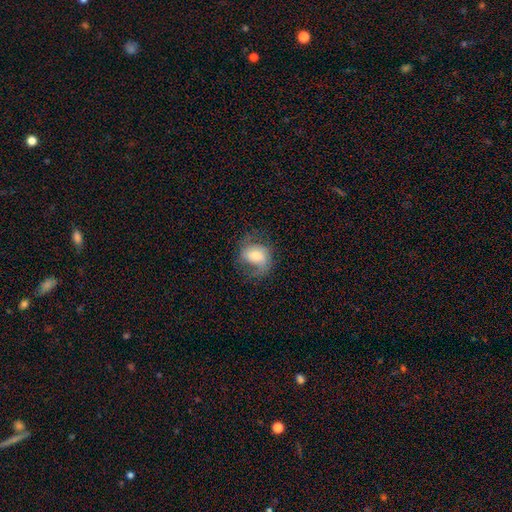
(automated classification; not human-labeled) This is possibly a featured or disk galaxy (54%). It is clearly not viewed edge-on (96%). Bar: marginally weak (43%). Spiral arm pattern: clearly yes (86%). Central bulge: possibly moderate (51%). Merging: likely none (60%).